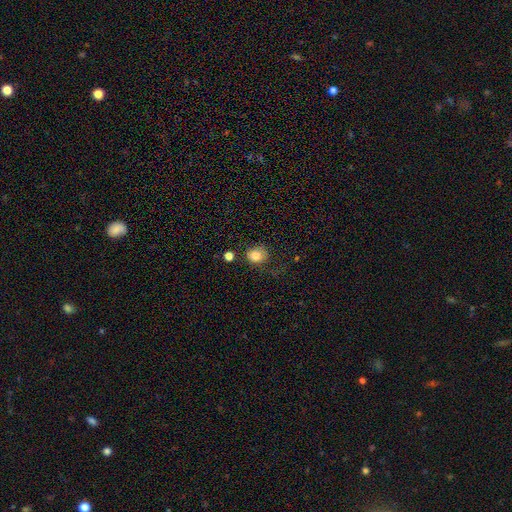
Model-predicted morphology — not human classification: A smooth galaxy with no disk features (82%) that is round (70%).

Vote fractions:
- Smooth or featured? smooth: 82% / star or artifact: 11% / featured or disk: 7%
- How rounded? round: 70% / in between: 29% / cigar-shaped: 1%
- Merging? none: 65% / minor disturbance: 20% / major disturbance: 10% / merger: 5%